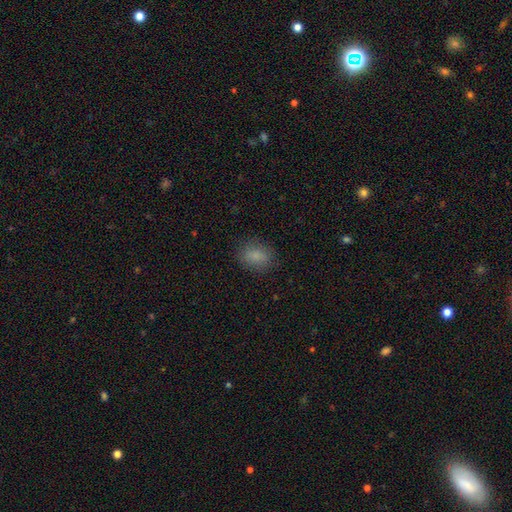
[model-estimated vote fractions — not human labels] smooth 84%, star or artifact 10%, featured or disk 6%. Down the decision tree: how rounded — in between (70%); merging — none (82%).